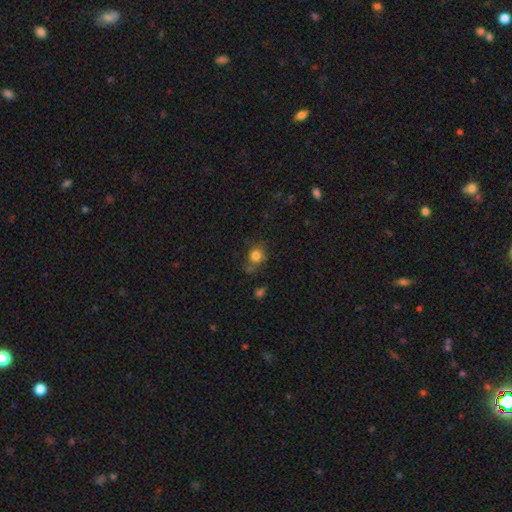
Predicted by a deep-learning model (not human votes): Smooth or featured: smooth — 79% (star or artifact — 13%)
How rounded: round — 77% (in between — 22%)
Merging: none — 61% (minor disturbance — 22%)